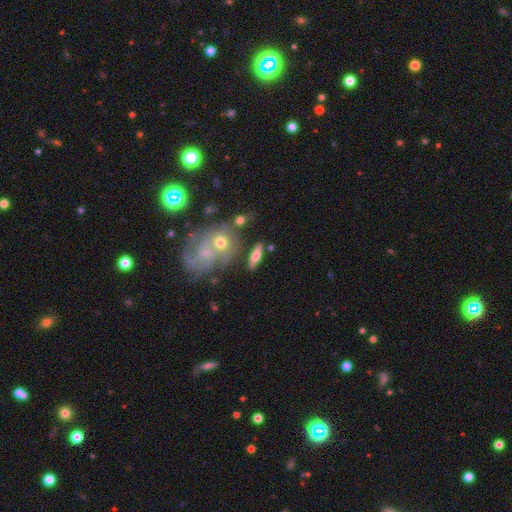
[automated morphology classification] Overall: smooth (49%; featured or disk 43%). Merging: none (74%).